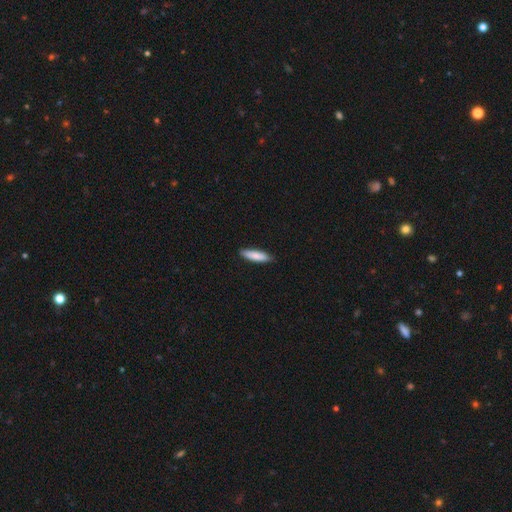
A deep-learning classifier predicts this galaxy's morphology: Smooth or featured? Predicted: smooth (p=0.82). How rounded? Predicted: cigar-shaped (p=0.69). Merging? Predicted: none (p=0.87).